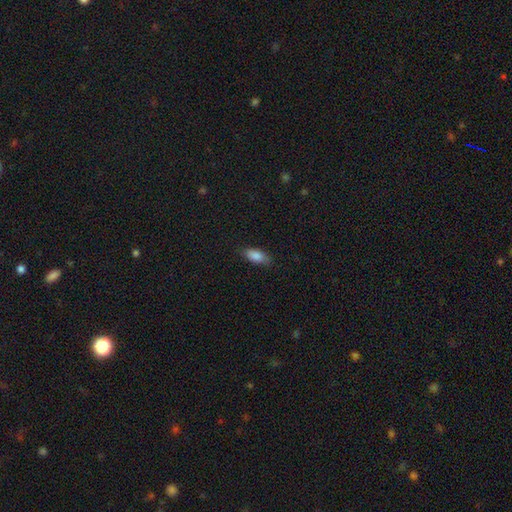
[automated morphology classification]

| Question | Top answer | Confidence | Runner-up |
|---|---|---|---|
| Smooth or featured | smooth | 85% | featured or disk (8%) |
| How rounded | in between | 84% | cigar-shaped (13%) |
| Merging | none | 82% | minor disturbance (14%) |